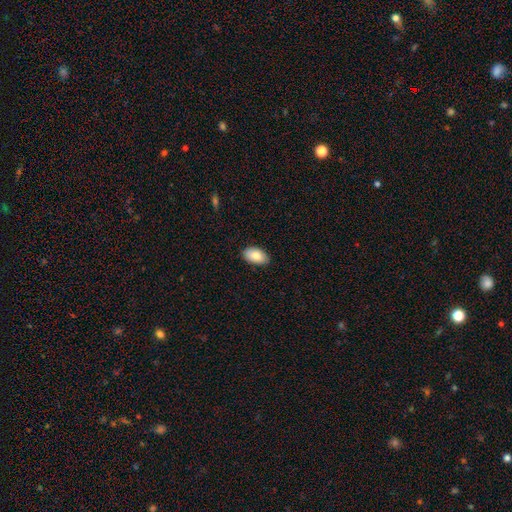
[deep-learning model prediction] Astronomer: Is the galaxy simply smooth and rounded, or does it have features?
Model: smooth — 84%.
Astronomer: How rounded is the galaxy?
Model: in between — 94%.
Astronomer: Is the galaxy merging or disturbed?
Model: none — 87%.